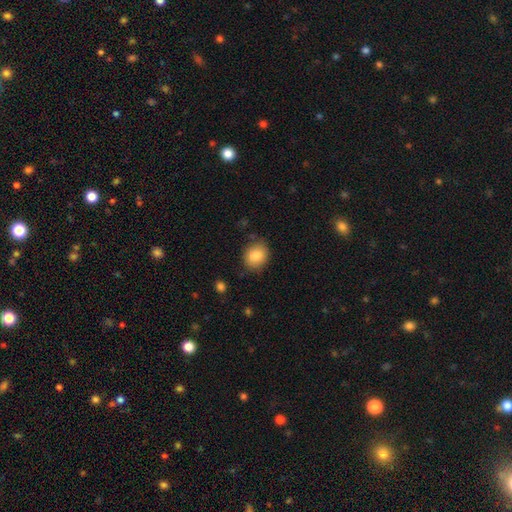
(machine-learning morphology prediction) smooth_or_featured: smooth (p=0.84) [alt: star or artifact p=0.08]
how_rounded: round (p=0.64) [alt: in between p=0.36]
merging: none (p=0.80) [alt: minor disturbance p=0.15]